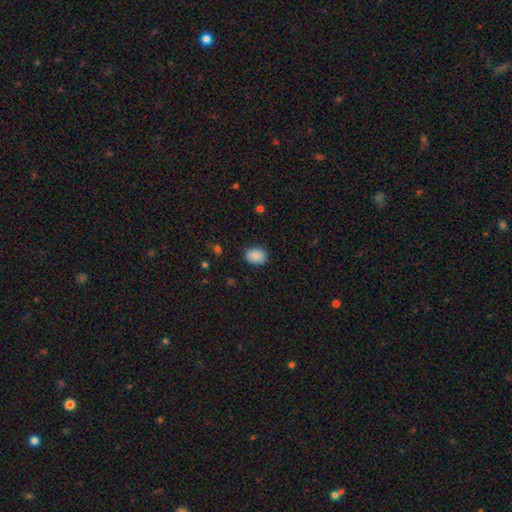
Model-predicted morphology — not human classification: smooth 89%, star or artifact 7%, featured or disk 3%. Down the decision tree: how rounded — in between (68%); merging — none (86%).